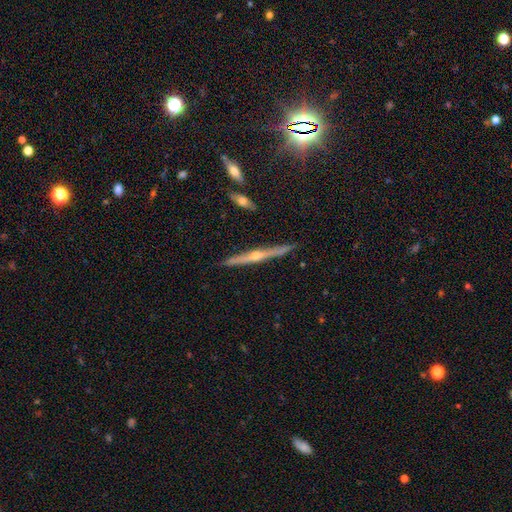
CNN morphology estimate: smooth_or_featured: featured or disk (p=0.80) [alt: smooth p=0.13]
disk_edge_on: yes (p=0.98) [alt: no p=0.02]
edge_on_bulge: rounded (p=0.89) [alt: none p=0.08]
merging: none (p=0.90) [alt: minor disturbance p=0.07]